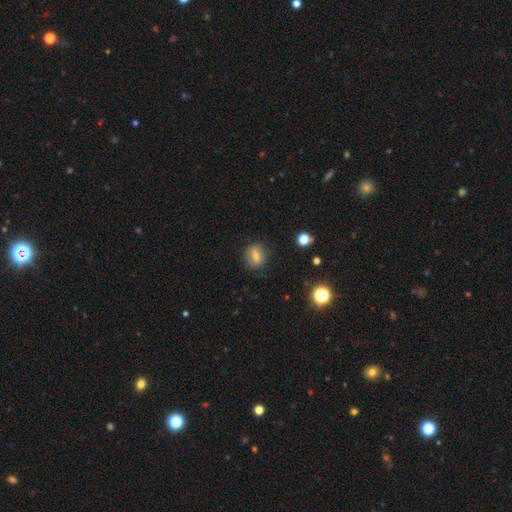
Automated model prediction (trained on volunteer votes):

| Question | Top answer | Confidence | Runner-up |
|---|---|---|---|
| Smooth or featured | smooth | 66% | featured or disk (23%) |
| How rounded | round | 55% | in between (42%) |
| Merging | none | 81% | minor disturbance (13%) |